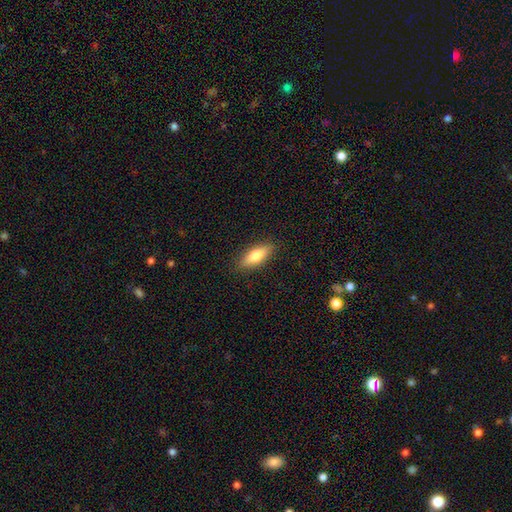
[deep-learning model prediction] Smooth or featured?
  - smooth: 74% *
  - featured or disk: 19%
  - star or artifact: 6%
How rounded?
  - in between: 63% *
  - cigar-shaped: 35%
  - round: 2%
Merging?
  - none: 87% *
  - minor disturbance: 9%
  - major disturbance: 2%
  - merger: 1%